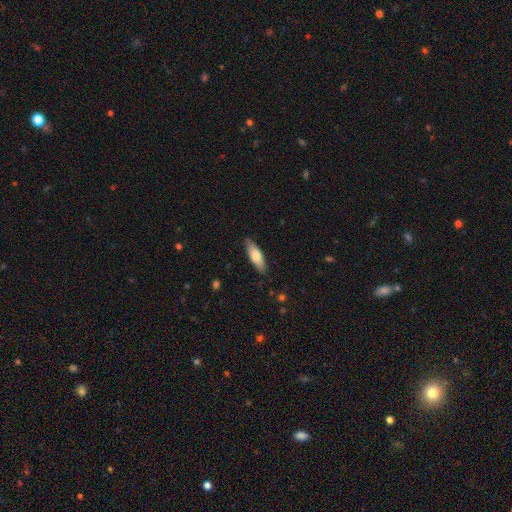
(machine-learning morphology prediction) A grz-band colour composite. It shows a smooth galaxy with no disk features (71%) that is in between round and cigar-shaped (56%). Merging: none (85%).